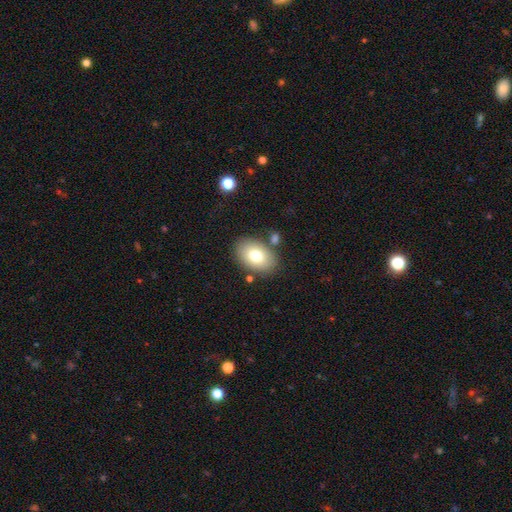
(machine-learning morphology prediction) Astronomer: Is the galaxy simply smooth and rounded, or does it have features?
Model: smooth — 76%.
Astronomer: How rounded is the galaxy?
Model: in between — 86%.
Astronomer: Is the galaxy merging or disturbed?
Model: none — 80%.